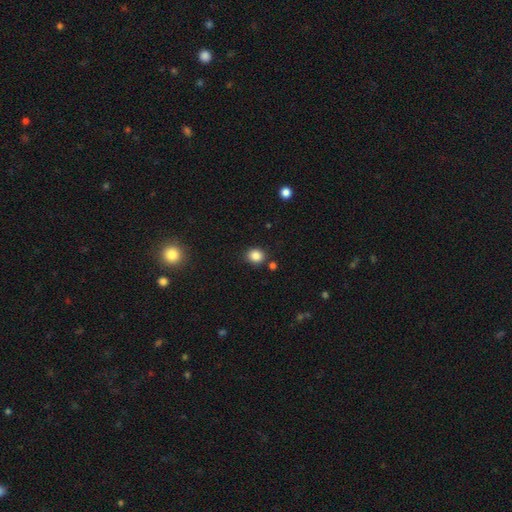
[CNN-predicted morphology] The model was most divided on "how rounded": round: 76%, in between: 23%, cigar-shaped: 1%. More confident: smooth or featured — smooth (85%); merging — none (84%).